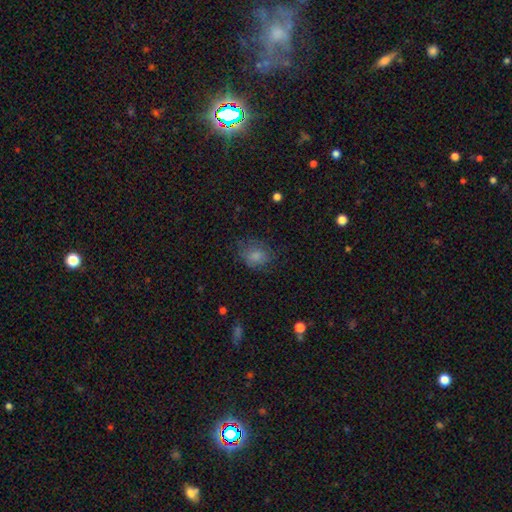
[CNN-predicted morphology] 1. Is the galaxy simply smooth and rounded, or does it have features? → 77% smooth, 12% featured or disk, 10% star or artifact.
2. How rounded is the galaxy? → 51% round, 48% in between, 1% cigar-shaped.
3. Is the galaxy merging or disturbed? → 65% none, 23% minor disturbance, 11% major disturbance, 1% merger.